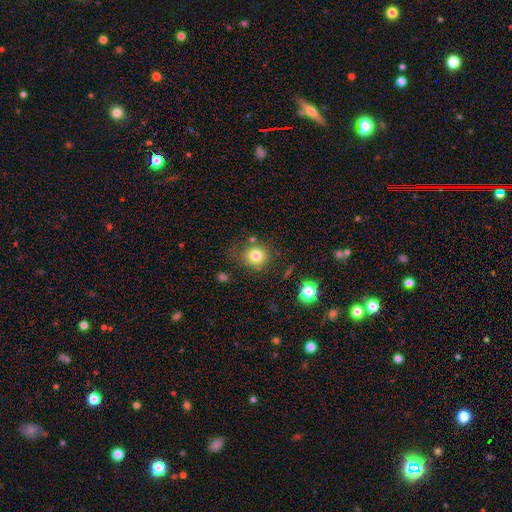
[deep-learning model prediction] The model was most divided on "merging": none: 77%, minor disturbance: 13%, major disturbance: 5%, merger: 5%. More confident: how rounded — round (86%); smooth or featured — smooth (80%).